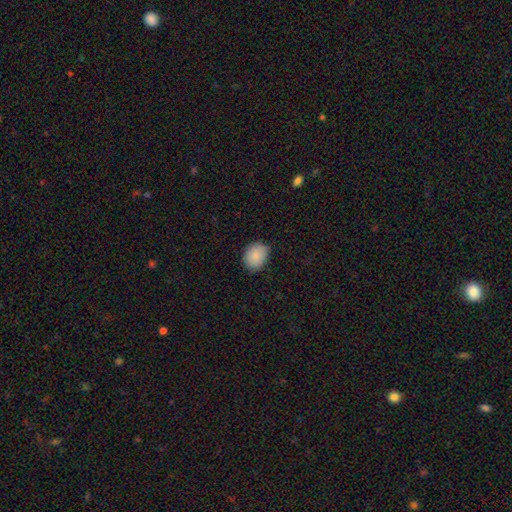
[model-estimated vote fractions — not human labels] Overall: smooth (88%). How rounded: in between (55%; round 45%). Merging: none (78%).